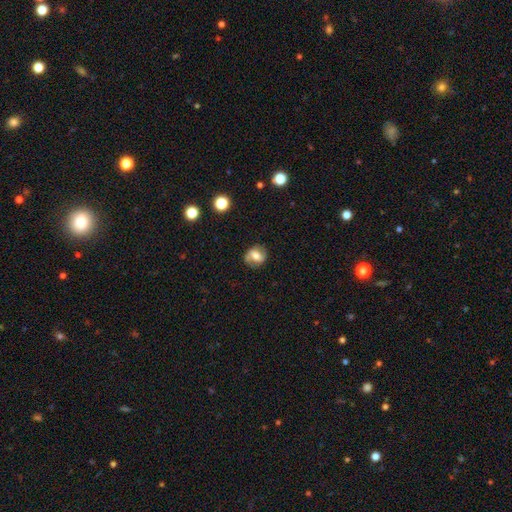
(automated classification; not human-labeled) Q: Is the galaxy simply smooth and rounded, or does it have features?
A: featured or disk — 49%.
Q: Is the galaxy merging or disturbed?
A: none — 77%.